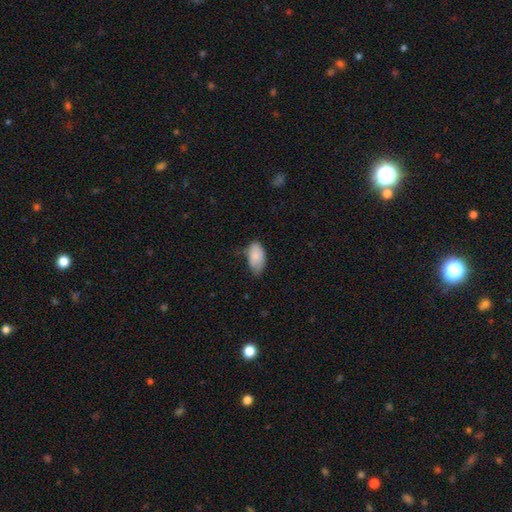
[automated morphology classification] Overall: smooth (84%). How rounded: in between (95%). Merging: none (54%; minor disturbance 37%).